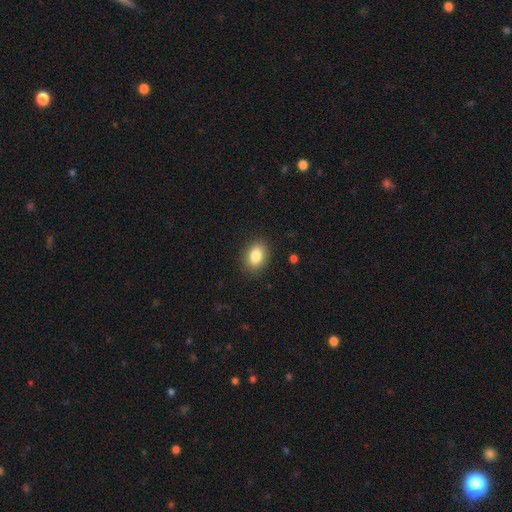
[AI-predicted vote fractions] Smooth or featured: smooth — 84% (star or artifact — 9%)
How rounded: in between — 74% (round — 25%)
Merging: none — 88% (minor disturbance — 8%)